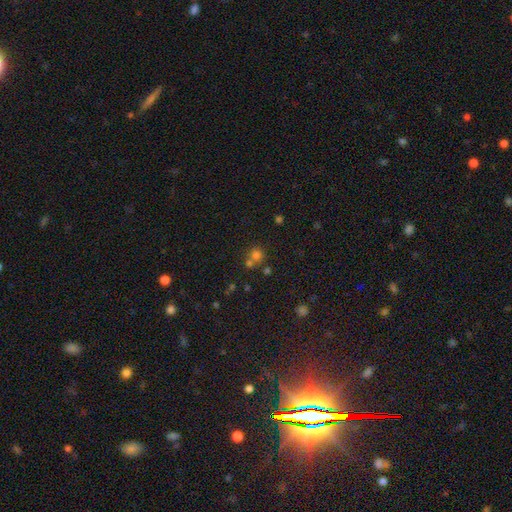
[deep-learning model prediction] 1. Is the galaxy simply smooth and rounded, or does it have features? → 65% smooth, 25% star or artifact, 11% featured or disk.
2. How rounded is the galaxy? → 89% round, 10% in between, 1% cigar-shaped.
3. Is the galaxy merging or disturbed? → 56% none, 34% merger, 7% minor disturbance, 3% major disturbance.